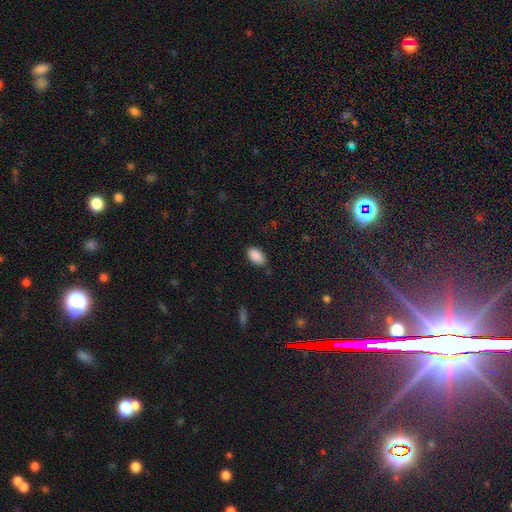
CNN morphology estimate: smooth-or-featured: smooth: 89% | star or artifact: 7% | featured or disk: 3%
  how-rounded: in between: 94% | round: 4% | cigar-shaped: 2%
  merging: none: 84% | minor disturbance: 12% | major disturbance: 3% | merger: 1%